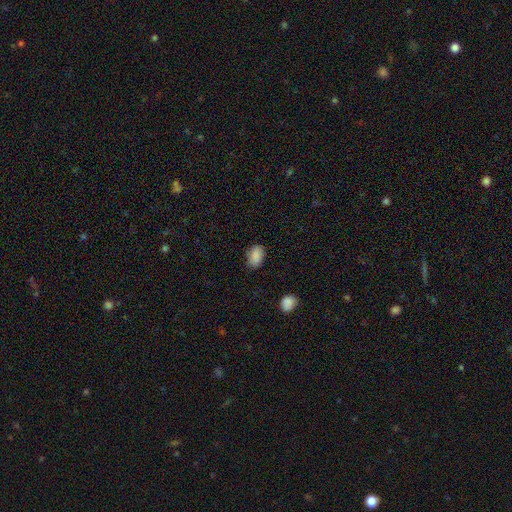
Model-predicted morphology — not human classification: A smooth galaxy with no disk features (87%) that is in between round and cigar-shaped (85%).

Vote fractions:
- Smooth or featured? smooth: 87% / star or artifact: 8% / featured or disk: 4%
- How rounded? in between: 85% / round: 14% / cigar-shaped: 1%
- Merging? none: 77% / minor disturbance: 18% / major disturbance: 4% / merger: 1%